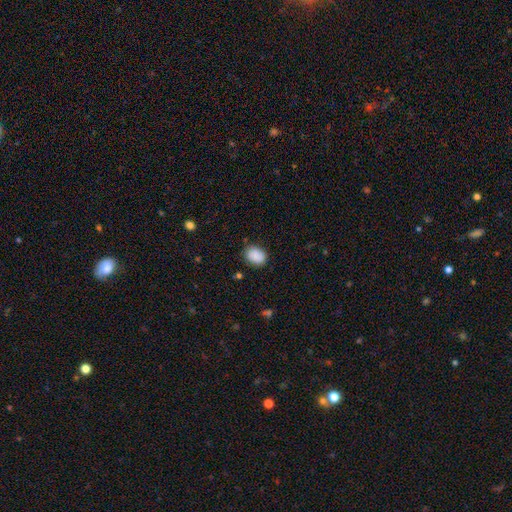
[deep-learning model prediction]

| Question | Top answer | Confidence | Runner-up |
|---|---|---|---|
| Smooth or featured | smooth | 89% | star or artifact (7%) |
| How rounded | in between | 66% | round (33%) |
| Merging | none | 82% | minor disturbance (14%) |